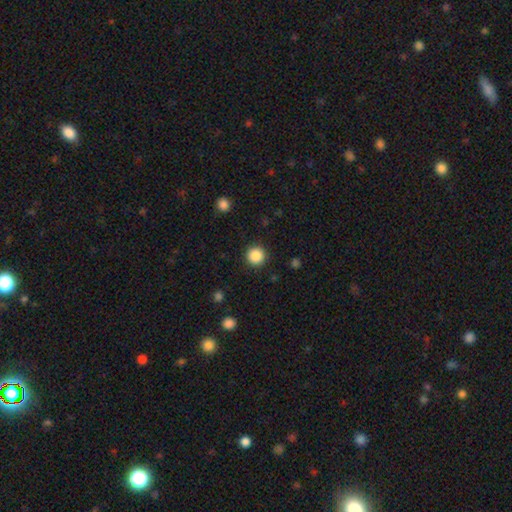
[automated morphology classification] Smooth or featured? Predicted: smooth (p=0.87). How rounded? Predicted: round (p=0.96). Merging? Predicted: none (p=0.92).